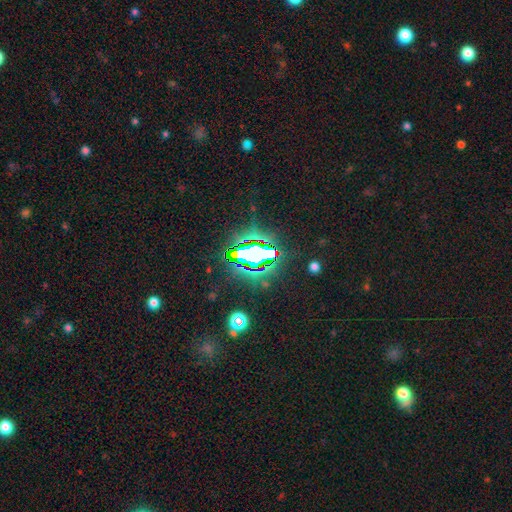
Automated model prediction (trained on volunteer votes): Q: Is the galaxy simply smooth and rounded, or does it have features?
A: star or artifact — 65%.